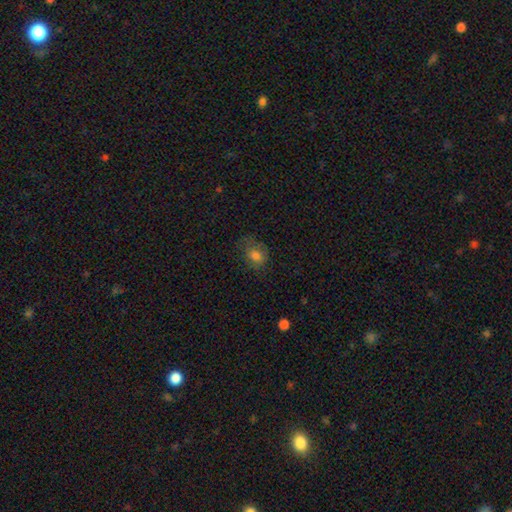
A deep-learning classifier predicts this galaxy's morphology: Smooth or featured: smooth — 74% (featured or disk — 14%)
How rounded: round — 50% (in between — 49%)
Merging: none — 53% (minor disturbance — 26%)